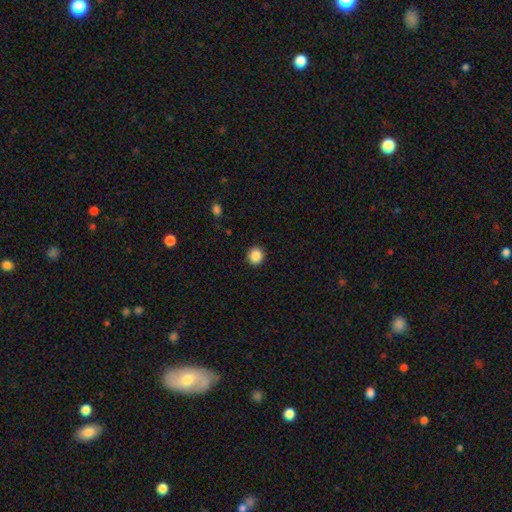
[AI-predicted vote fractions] Smooth or featured? Predicted: smooth (p=0.87). How rounded? Predicted: round (p=0.90). Merging? Predicted: none (p=0.92).